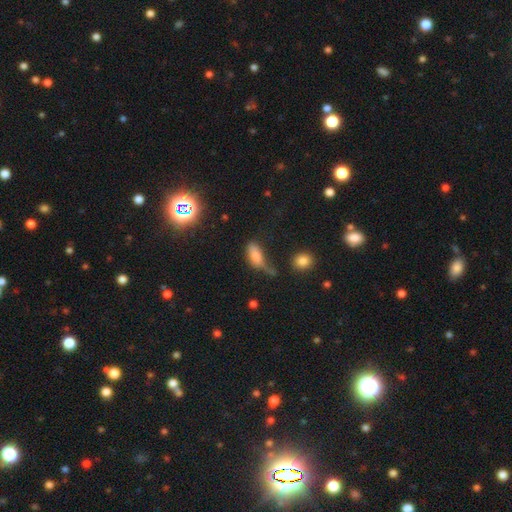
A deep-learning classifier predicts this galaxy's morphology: Smooth or featured? Predicted: smooth (p=0.70). How rounded? Predicted: in between (p=0.81). Merging? Predicted: none (p=0.38).